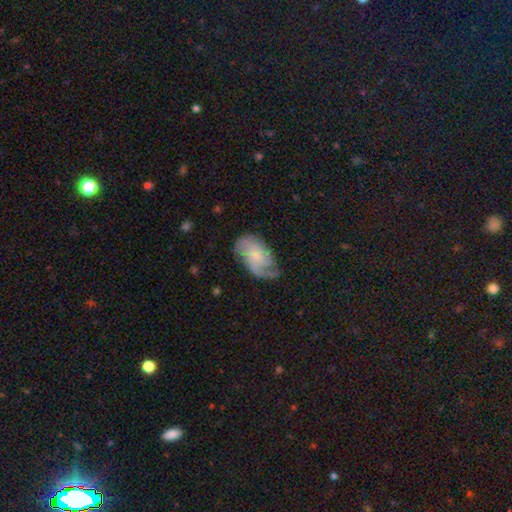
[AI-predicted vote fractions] featured or disk 75%, smooth 20%, star or artifact 6%. Down the decision tree: edge-on disk — no (97%); bar — no (72%); spiral arms — yes (94%); spiral arm count — 2 (38%); spiral winding — medium (40%); bulge size — small (73%); merging — none (58%).